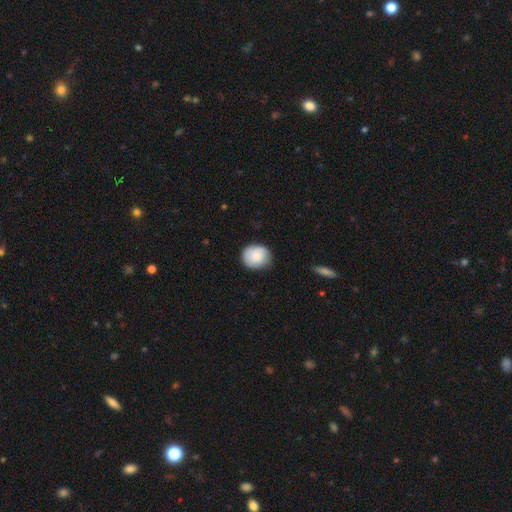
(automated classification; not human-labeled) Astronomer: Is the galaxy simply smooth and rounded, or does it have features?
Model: smooth — 83%.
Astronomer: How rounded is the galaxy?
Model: round — 73%.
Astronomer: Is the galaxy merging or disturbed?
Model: none — 79%.